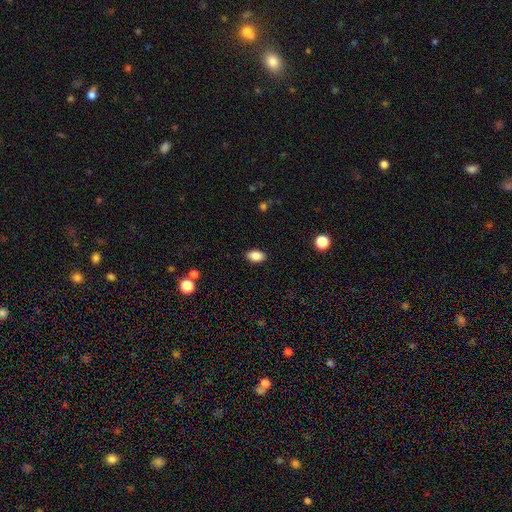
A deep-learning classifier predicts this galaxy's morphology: A smooth galaxy with no disk features (87%) that is in between round and cigar-shaped (89%). Merging: none (88%).